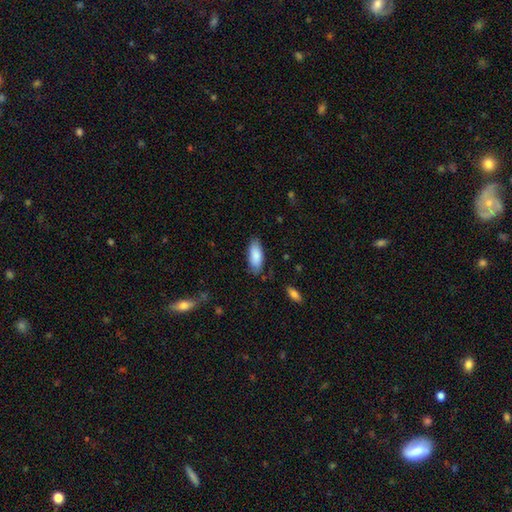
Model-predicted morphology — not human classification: A smooth galaxy with no disk features (86%) that is in between round and cigar-shaped (82%).

Vote fractions:
- Smooth or featured? smooth: 86% / featured or disk: 8% / star or artifact: 6%
- How rounded? in between: 82% / cigar-shaped: 17% / round: 2%
- Merging? none: 79% / minor disturbance: 16% / major disturbance: 3% / merger: 2%